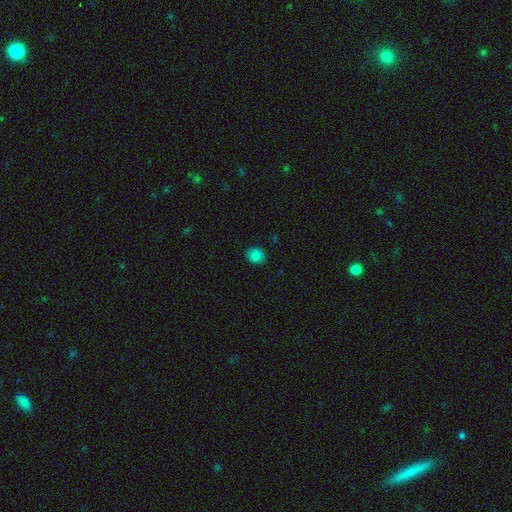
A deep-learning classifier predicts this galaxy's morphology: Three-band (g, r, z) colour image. It shows a smooth galaxy with no disk features (84%) that is round (69%). Merging: none (87%).